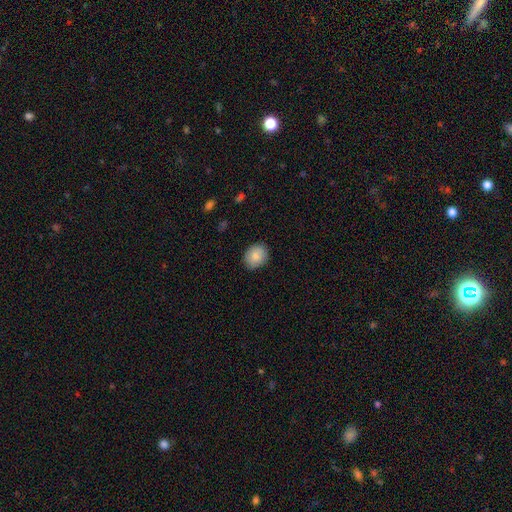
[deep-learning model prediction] Q: Smooth or featured?
A: smooth (86%); runner-up: featured or disk (7%)
Q: How rounded?
A: round (53%); runner-up: in between (46%)
Q: Merging?
A: none (86%); runner-up: minor disturbance (10%)